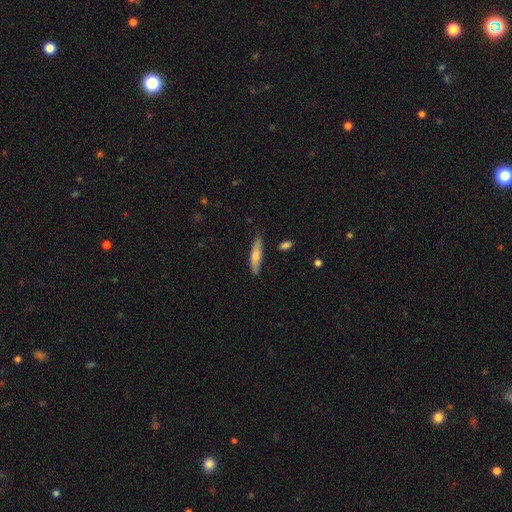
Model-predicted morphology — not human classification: Smooth or featured: smooth — 70% (featured or disk — 25%)
How rounded: cigar-shaped — 78% (in between — 20%)
Merging: none — 81% (minor disturbance — 14%)